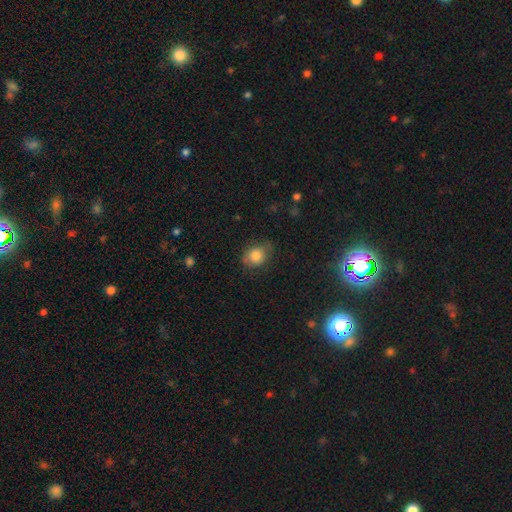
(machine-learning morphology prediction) A smooth galaxy with no disk features (80%) that is round (52%). Merging: none (66%).